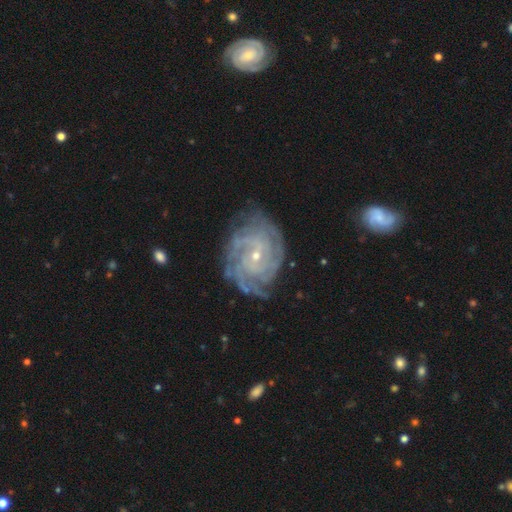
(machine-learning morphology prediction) A featured or disk galaxy (90%) with no bar (59%), 4 (27%) tight (75%) spiral arms (98%) and a small central bulge (79%). Merging: none (75%).